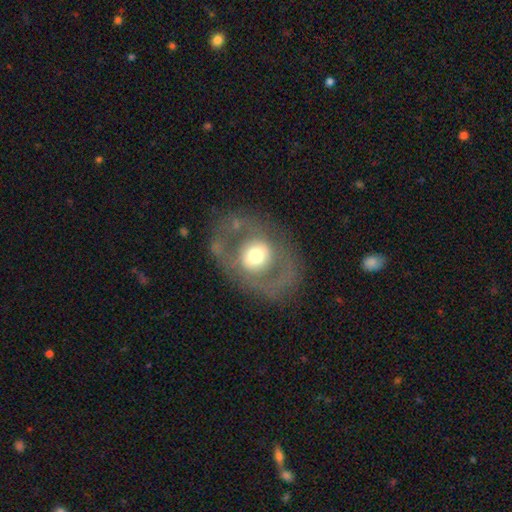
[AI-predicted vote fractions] A featured or disk galaxy (57%) with no bar (62%), no spiral arms (74%) and a moderate central bulge (55%). Merging: none (69%).